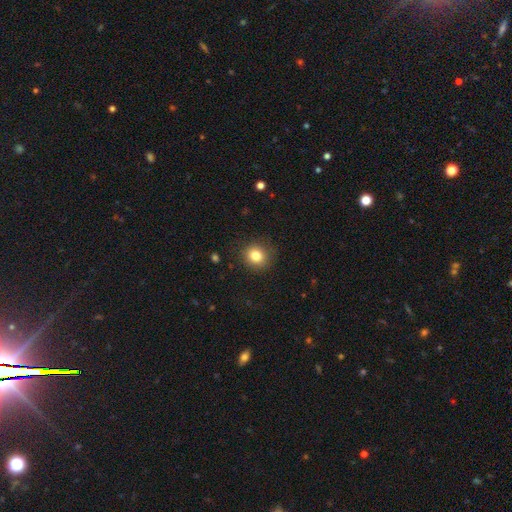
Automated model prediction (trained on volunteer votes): Smooth or featured? smooth (82%)
How rounded? round (85%)
Merging? none (88%)